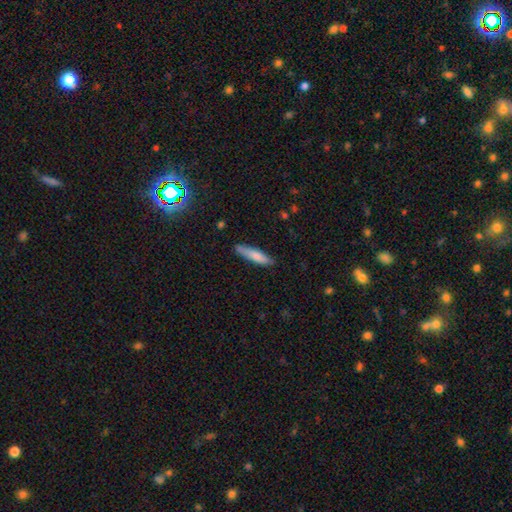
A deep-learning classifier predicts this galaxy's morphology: Smooth or featured? Predicted: smooth (p=0.77). How rounded? Predicted: cigar-shaped (p=0.82). Merging? Predicted: none (p=0.82).